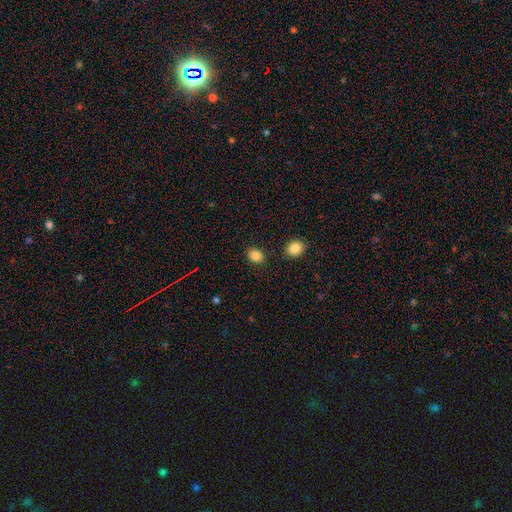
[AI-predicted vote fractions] Smooth or featured?
  - smooth: 85% *
  - star or artifact: 10%
  - featured or disk: 5%
How rounded?
  - in between: 55% *
  - round: 44%
  - cigar-shaped: 1%
Merging?
  - none: 86% *
  - minor disturbance: 8%
  - merger: 3%
  - major disturbance: 2%